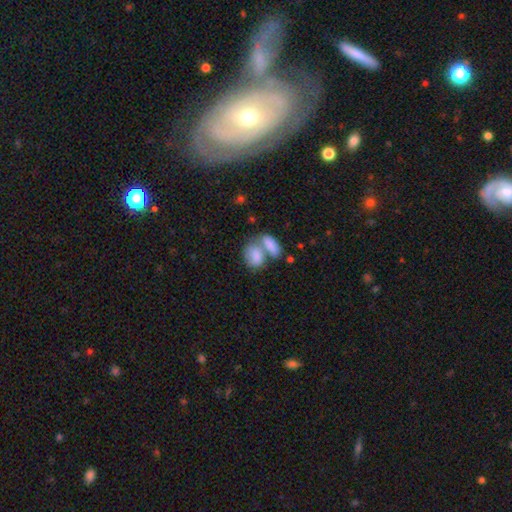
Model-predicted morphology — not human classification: A smooth galaxy with no disk features (81%) that is in between round and cigar-shaped (85%).

Vote fractions:
- Smooth or featured? smooth: 81% / featured or disk: 13% / star or artifact: 6%
- How rounded? in between: 85% / round: 12% / cigar-shaped: 3%
- Merging? merger: 64% / none: 23% / minor disturbance: 9% / major disturbance: 5%